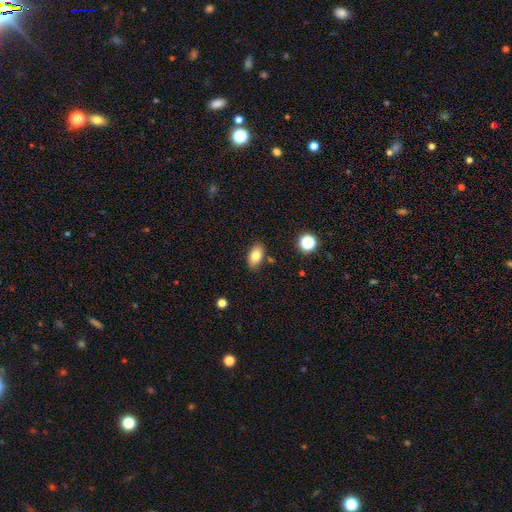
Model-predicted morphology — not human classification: Smooth or featured? Predicted: smooth (p=0.79). How rounded? Predicted: in between (p=0.90). Merging? Predicted: none (p=0.84).